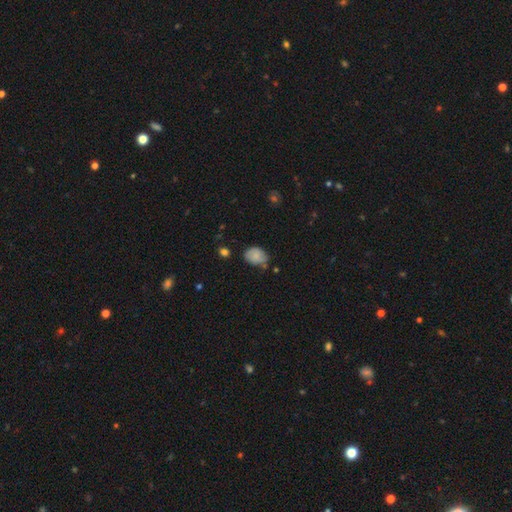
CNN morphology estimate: Smooth or featured: smooth — 78% (featured or disk — 13%)
How rounded: in between — 67% (round — 32%)
Merging: none — 59% (minor disturbance — 30%)